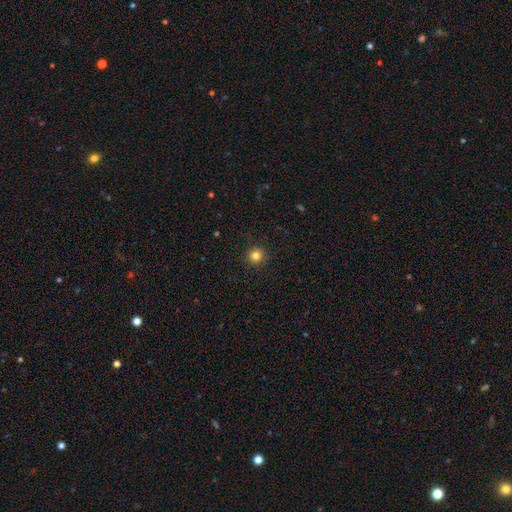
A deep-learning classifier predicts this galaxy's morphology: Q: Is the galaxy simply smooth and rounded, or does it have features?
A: smooth — 83%.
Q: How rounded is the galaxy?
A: round — 94%.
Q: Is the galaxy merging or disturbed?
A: none — 92%.